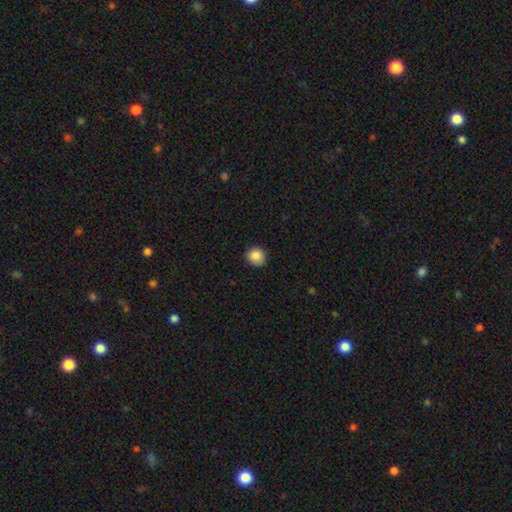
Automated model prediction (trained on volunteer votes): This is clearly a smooth galaxy (87%). How rounded: clearly round (85%). Merging: clearly none (85%).